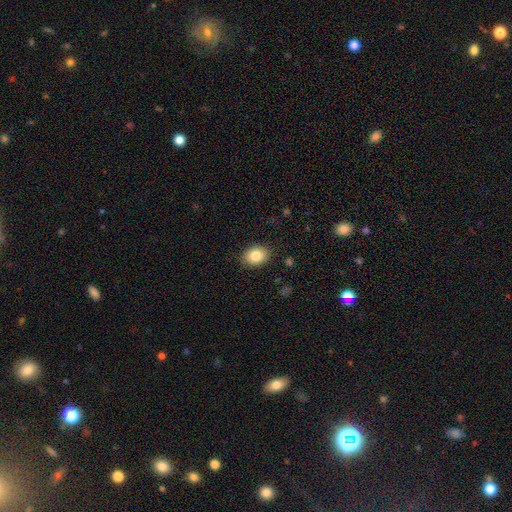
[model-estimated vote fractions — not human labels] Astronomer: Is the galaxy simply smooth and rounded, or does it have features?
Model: smooth — 85%.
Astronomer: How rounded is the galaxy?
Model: in between — 68%.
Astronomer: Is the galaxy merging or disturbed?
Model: none — 87%.